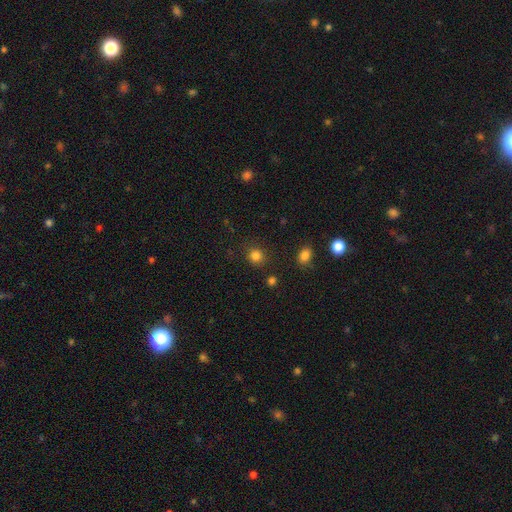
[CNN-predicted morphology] Smooth or featured?
  - smooth: 82% *
  - star or artifact: 14%
  - featured or disk: 4%
How rounded?
  - round: 87% *
  - in between: 12%
  - cigar-shaped: 1%
Merging?
  - none: 85% *
  - minor disturbance: 9%
  - major disturbance: 3%
  - merger: 3%